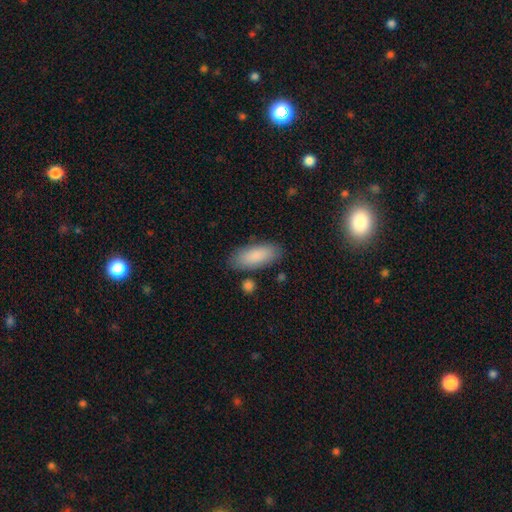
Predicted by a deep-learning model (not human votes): A smooth galaxy with no disk features (86%) that is in between round and cigar-shaped (78%).

Vote fractions:
- Smooth or featured? smooth: 86% / featured or disk: 8% / star or artifact: 6%
- How rounded? in between: 78% / cigar-shaped: 21% / round: 2%
- Merging? none: 82% / minor disturbance: 12% / merger: 3% / major disturbance: 3%